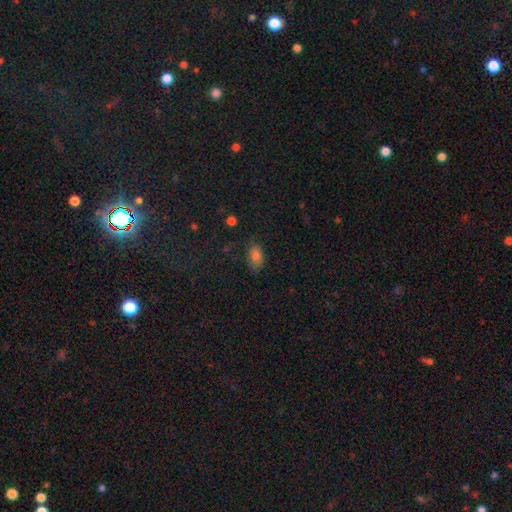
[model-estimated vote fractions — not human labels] Smooth or featured? Predicted: smooth (p=0.79). How rounded? Predicted: in between (p=0.90). Merging? Predicted: none (p=0.76).